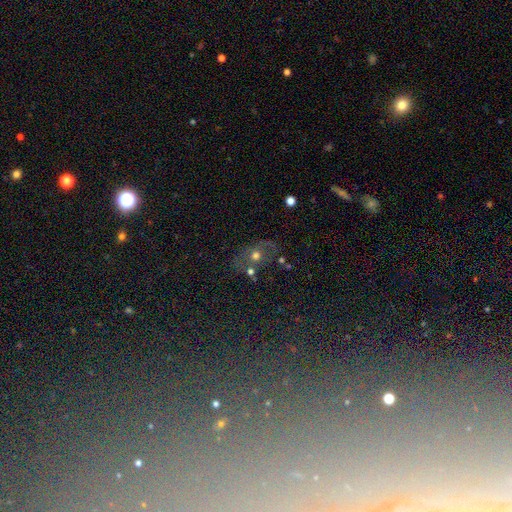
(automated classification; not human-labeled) smooth-or-featured: smooth: 47% | featured or disk: 37% | star or artifact: 16%
  merging: none: 57% | minor disturbance: 17% | merger: 16% | major disturbance: 10%